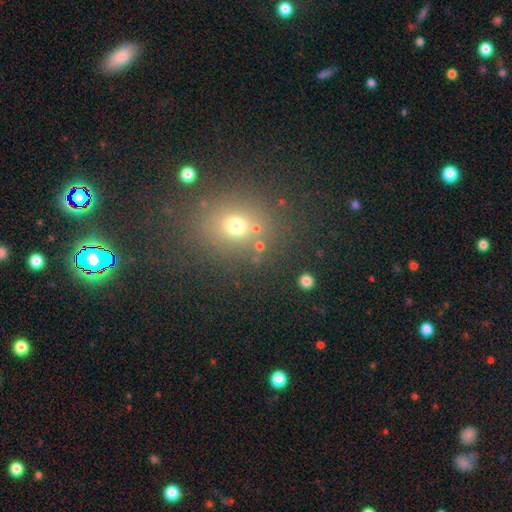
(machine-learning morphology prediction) This is possibly a smooth galaxy (51%). How rounded: likely round (71%). Merging: likely none (77%).